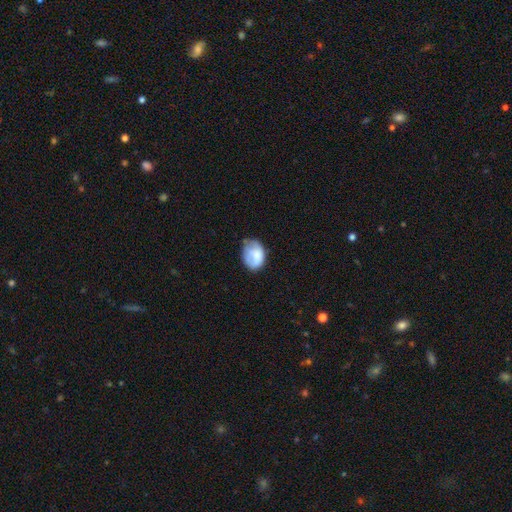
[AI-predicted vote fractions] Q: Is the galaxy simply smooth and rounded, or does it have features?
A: smooth — 73%.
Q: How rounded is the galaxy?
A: in between — 75%.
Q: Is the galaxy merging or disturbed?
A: none — 46%.